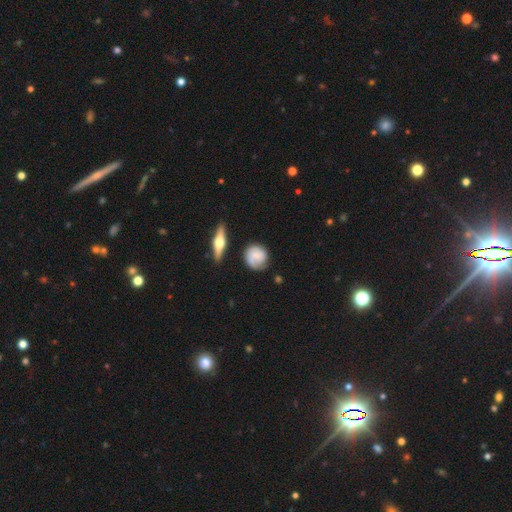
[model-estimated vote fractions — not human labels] smooth-or-featured: featured or disk: 47% | smooth: 46% | star or artifact: 7%
  merging: none: 71% | minor disturbance: 20% | major disturbance: 6% | merger: 3%